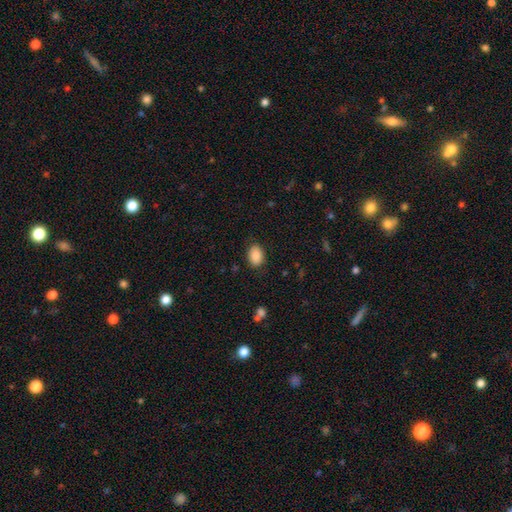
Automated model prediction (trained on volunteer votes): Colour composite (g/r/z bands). It shows a smooth galaxy with no disk features (89%) that is in between round and cigar-shaped (82%). Merging: none (83%).